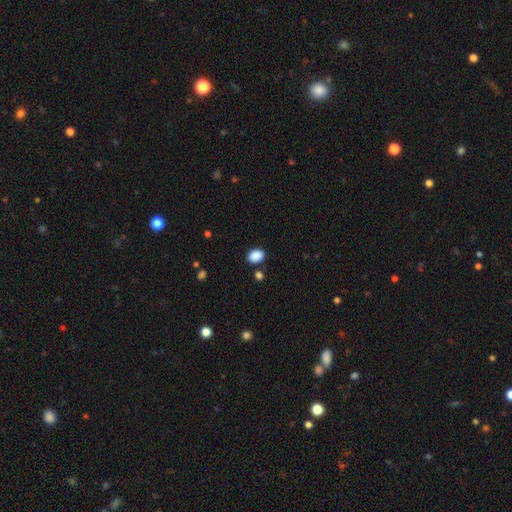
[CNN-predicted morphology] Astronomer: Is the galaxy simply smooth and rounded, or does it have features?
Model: smooth — 88%.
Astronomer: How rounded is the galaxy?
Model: in between — 67%.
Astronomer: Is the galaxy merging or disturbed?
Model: none — 83%.